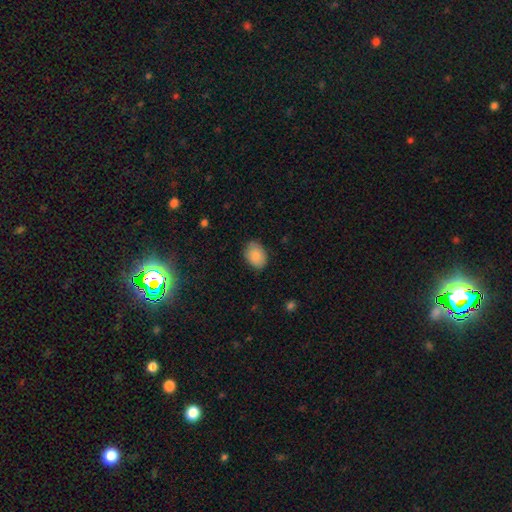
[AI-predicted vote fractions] smooth_or_featured: smooth (p=0.85) [alt: featured or disk p=0.08]
how_rounded: in between (p=0.78) [alt: round p=0.21]
merging: none (p=0.82) [alt: minor disturbance p=0.14]